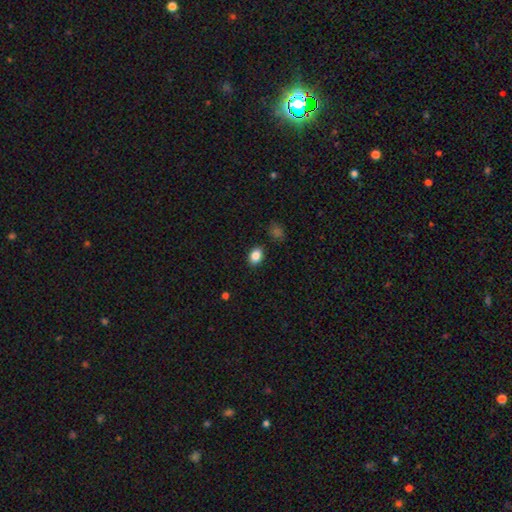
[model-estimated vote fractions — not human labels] Smooth or featured? Predicted: smooth (p=0.85). How rounded? Predicted: in between (p=0.67). Merging? Predicted: none (p=0.86).